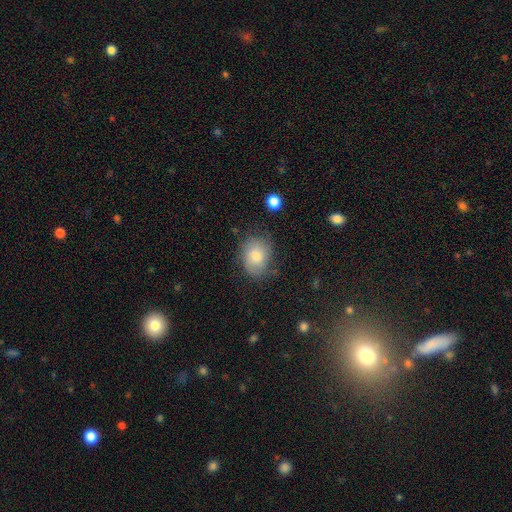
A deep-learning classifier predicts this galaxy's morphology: Smooth or featured? smooth (67%)
How rounded? in between (54%)
Merging? none (67%)